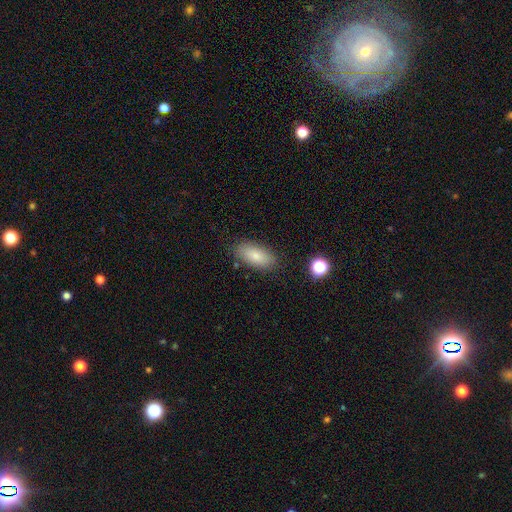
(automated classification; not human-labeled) This is clearly a smooth galaxy (83%). How rounded: clearly in between (90%). Merging: clearly none (84%).